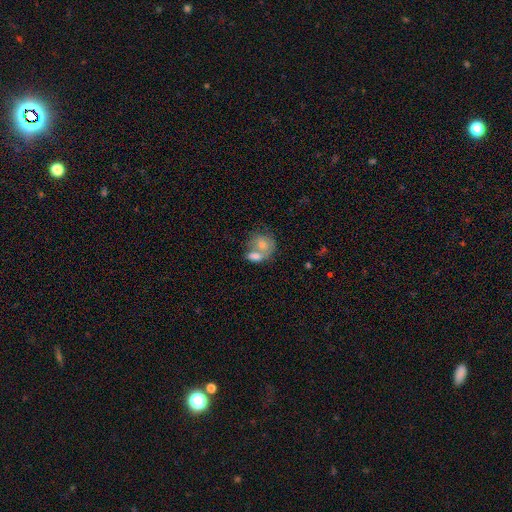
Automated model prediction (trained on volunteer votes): Smooth or featured? Predicted: smooth (p=0.71). How rounded? Predicted: in between (p=0.60). Merging? Predicted: merger (p=0.67).